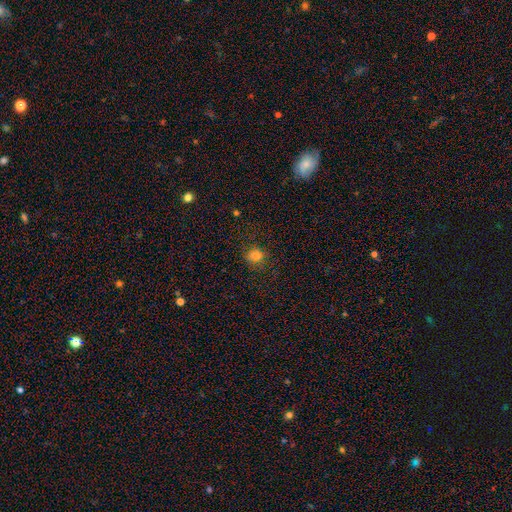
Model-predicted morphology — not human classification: smooth_or_featured: smooth (p=0.79) [alt: star or artifact p=0.16]
how_rounded: round (p=0.77) [alt: in between p=0.22]
merging: none (p=0.81) [alt: minor disturbance p=0.13]